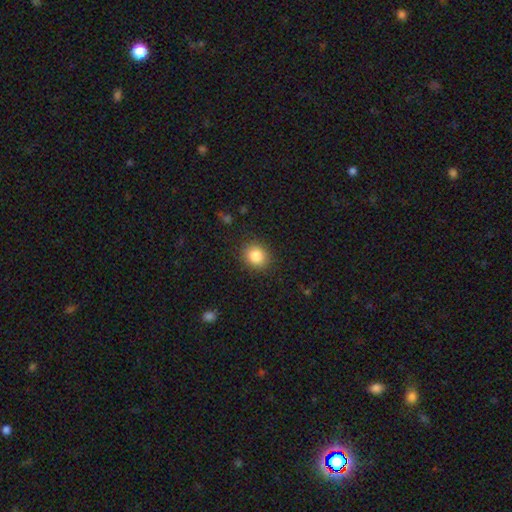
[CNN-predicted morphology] smooth-or-featured: smooth: 85% | star or artifact: 10% | featured or disk: 6%
  how-rounded: round: 74% | in between: 25% | cigar-shaped: 1%
  merging: none: 88% | minor disturbance: 9% | major disturbance: 3% | merger: 1%